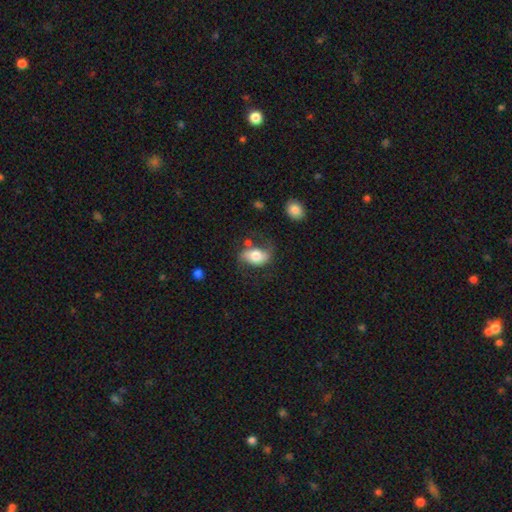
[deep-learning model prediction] The model was most divided on "smooth or featured": smooth: 61%, featured or disk: 32%, star or artifact: 7%. More confident: how rounded — in between (88%); merging — none (57%).